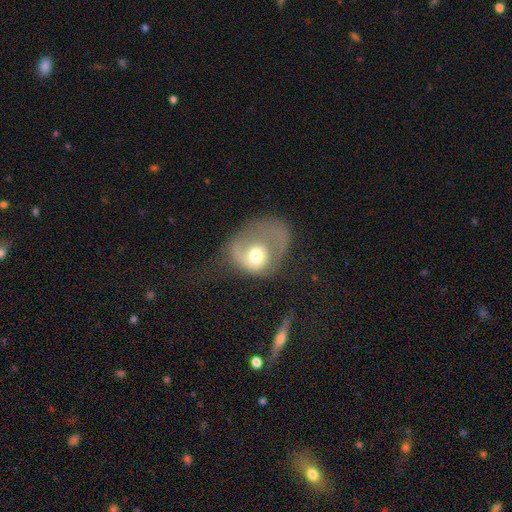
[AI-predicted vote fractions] This appears to be a featured or disk galaxy (52%). Merging: major disturbance (55%).